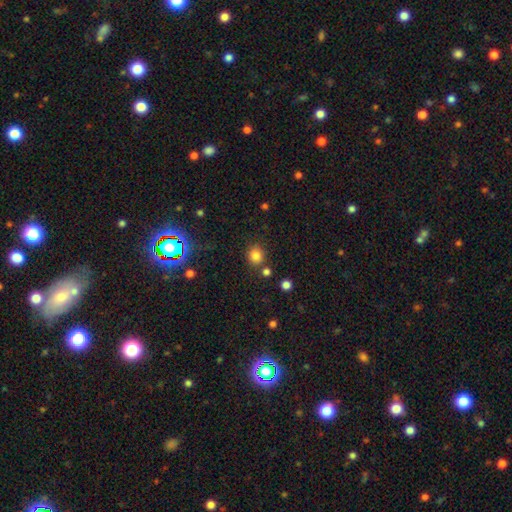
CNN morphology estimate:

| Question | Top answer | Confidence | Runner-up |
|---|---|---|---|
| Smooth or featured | smooth | 81% | star or artifact (14%) |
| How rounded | round | 83% | in between (16%) |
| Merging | none | 77% | minor disturbance (10%) |